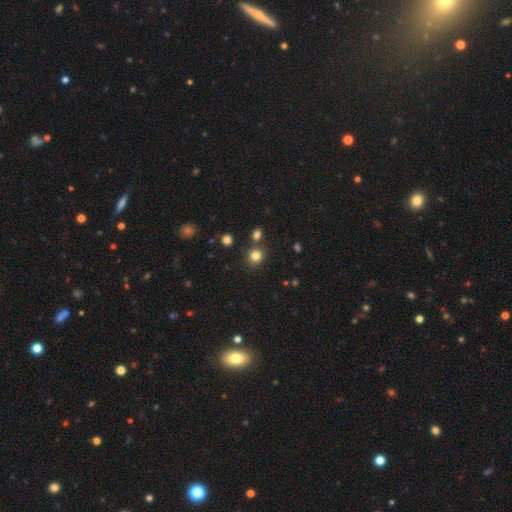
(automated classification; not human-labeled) Overall: smooth (81%). How rounded: round (83%). Merging: none (77%).